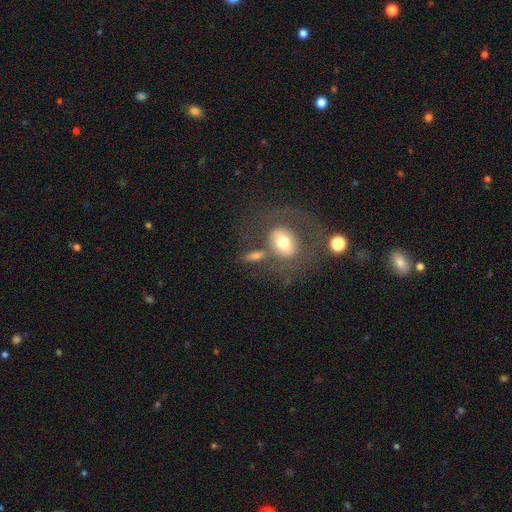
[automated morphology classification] A smooth galaxy with no disk features (58%) that is in between round and cigar-shaped (58%). Merging: none (47%).